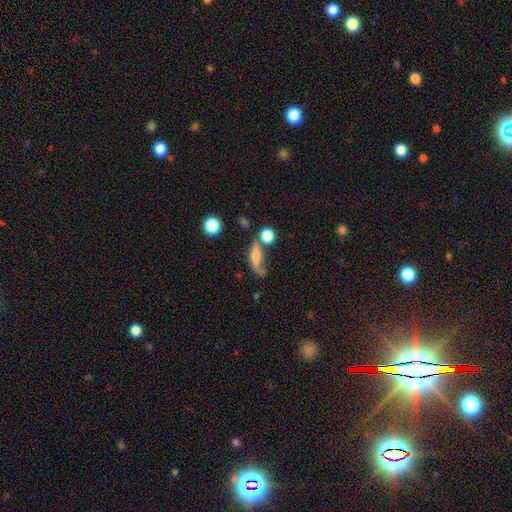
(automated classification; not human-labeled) Overall: smooth (50%; featured or disk 39%). Merging: none (36%; major disturbance 23%).